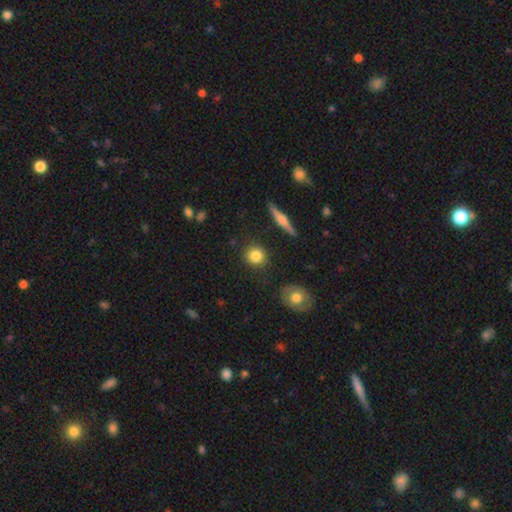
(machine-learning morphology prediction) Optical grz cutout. It shows a smooth galaxy with no disk features (81%) that is round (88%). Merging: none (87%).